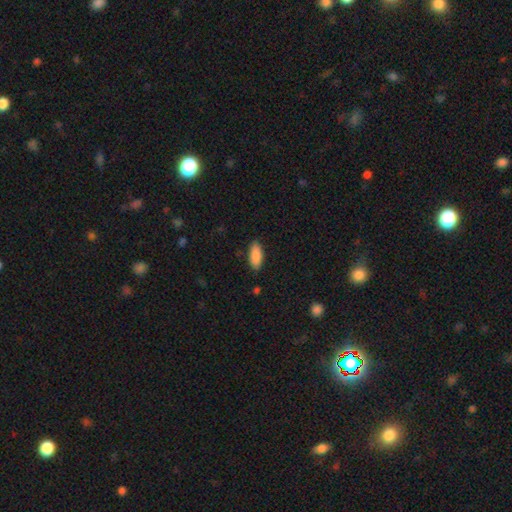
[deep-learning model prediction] A smooth galaxy with no disk features (89%) that is in between round and cigar-shaped (80%).

Vote fractions:
- Smooth or featured? smooth: 89% / star or artifact: 6% / featured or disk: 5%
- How rounded? in between: 80% / cigar-shaped: 18% / round: 2%
- Merging? none: 86% / minor disturbance: 10% / major disturbance: 2% / merger: 1%